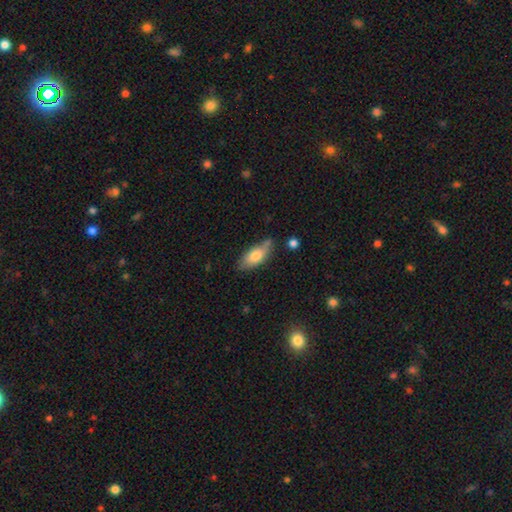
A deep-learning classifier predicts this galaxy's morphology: type=smooth (75%); roundness=in between (82%); merging=none (63%).